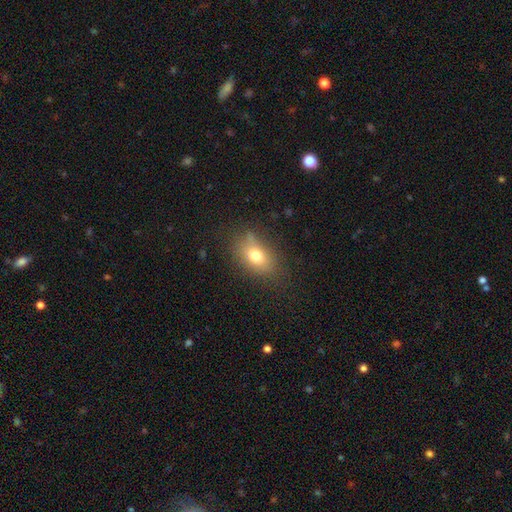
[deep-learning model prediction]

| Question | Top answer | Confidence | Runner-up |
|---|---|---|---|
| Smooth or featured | smooth | 75% | featured or disk (14%) |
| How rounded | in between | 78% | round (19%) |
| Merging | none | 71% | minor disturbance (19%) |